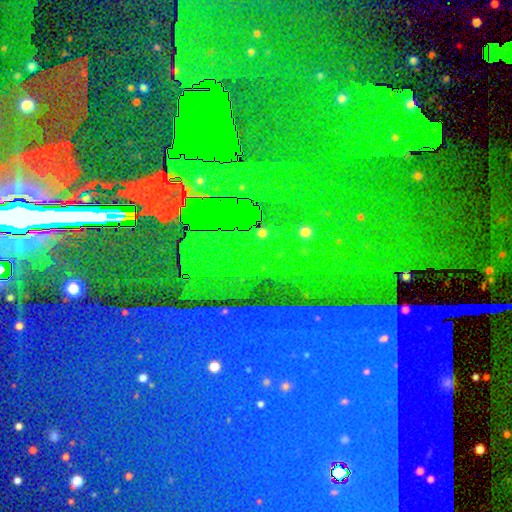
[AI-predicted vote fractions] This is clearly a star or artifact rather than a galaxy (88%).